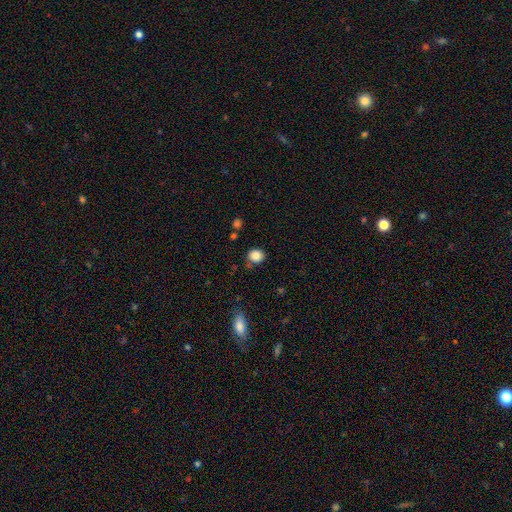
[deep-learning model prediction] Smooth or featured: smooth — 86% (star or artifact — 10%)
How rounded: round — 75% (in between — 24%)
Merging: none — 78% (minor disturbance — 14%)